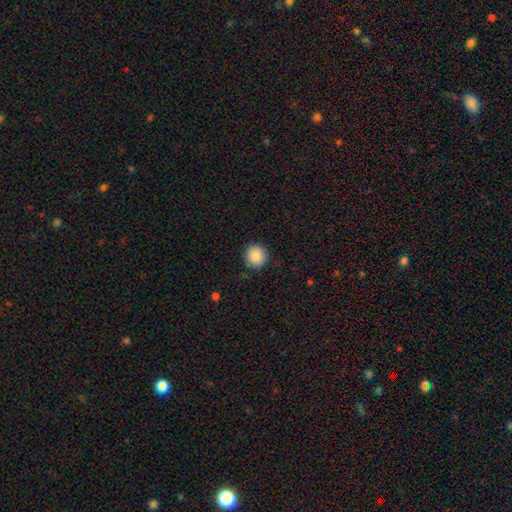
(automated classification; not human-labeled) Smooth or featured?
  - smooth: 88% *
  - star or artifact: 8%
  - featured or disk: 4%
How rounded?
  - round: 94% *
  - in between: 5%
  - cigar-shaped: 1%
Merging?
  - none: 90% *
  - minor disturbance: 7%
  - major disturbance: 2%
  - merger: 1%